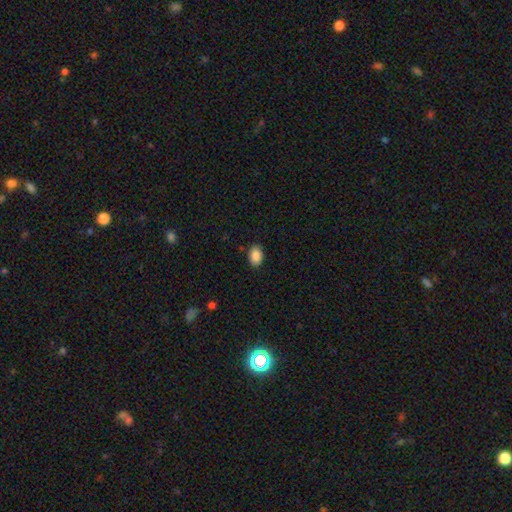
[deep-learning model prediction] A smooth galaxy with no disk features (88%) that is in between round and cigar-shaped (85%). Merging: none (88%).